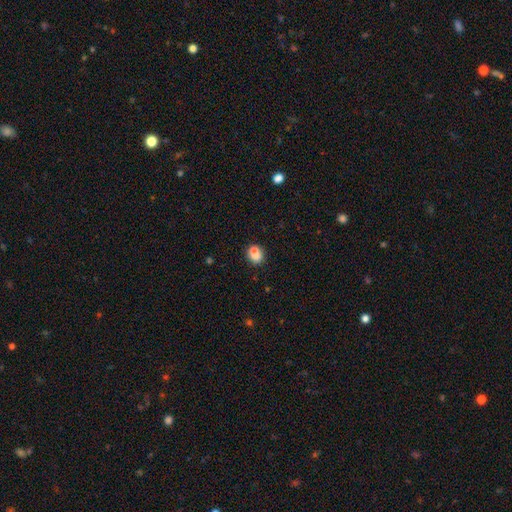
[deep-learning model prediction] A smooth galaxy with no disk features (78%) that is round (55%). Merging: none (53%).